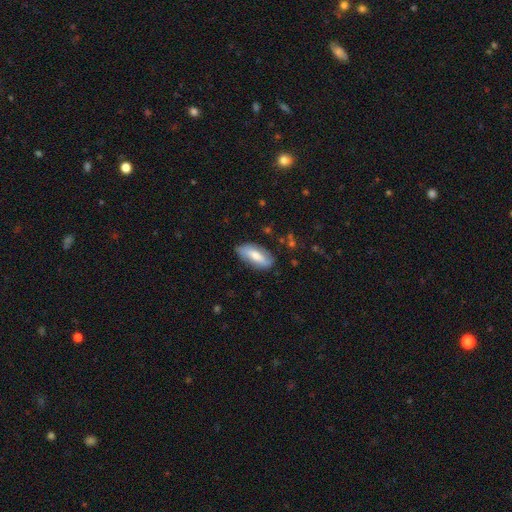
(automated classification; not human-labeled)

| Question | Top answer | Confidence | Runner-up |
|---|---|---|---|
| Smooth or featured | smooth | 65% | featured or disk (29%) |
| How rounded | in between | 83% | cigar-shaped (14%) |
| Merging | none | 79% | minor disturbance (16%) |